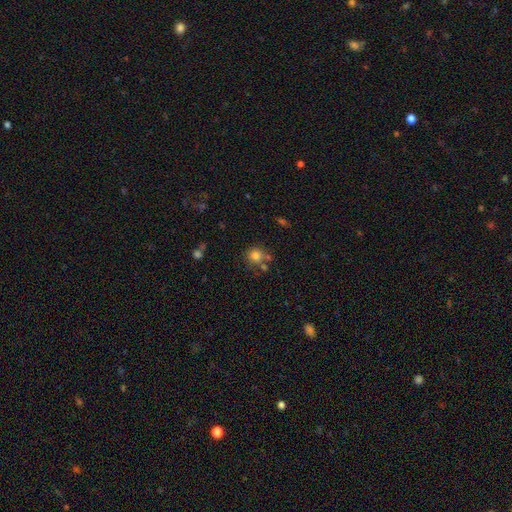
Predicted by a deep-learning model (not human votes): Smooth or featured? Predicted: smooth (p=0.79). How rounded? Predicted: round (p=0.89). Merging? Predicted: none (p=0.67).